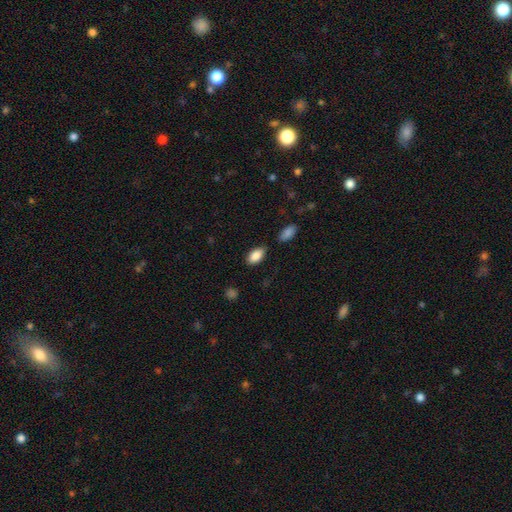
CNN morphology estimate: This appears to be a smooth galaxy with no disk features (88%) that is in between round and cigar-shaped (94%). Merging: none (77%).